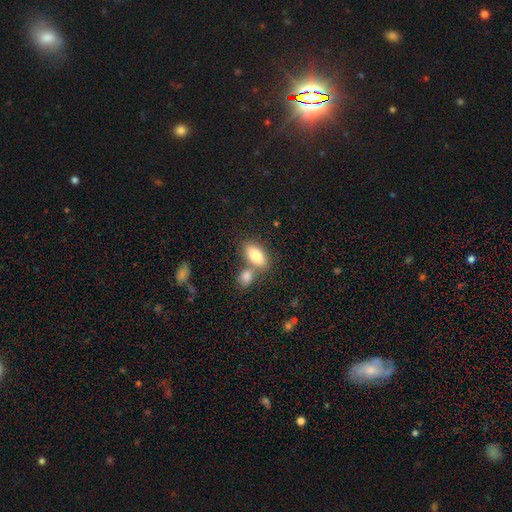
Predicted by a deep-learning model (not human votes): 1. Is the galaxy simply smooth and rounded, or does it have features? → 80% smooth, 13% featured or disk, 7% star or artifact.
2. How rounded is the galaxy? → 89% in between, 6% cigar-shaped, 5% round.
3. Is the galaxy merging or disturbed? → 52% none, 35% merger, 10% minor disturbance, 3% major disturbance.